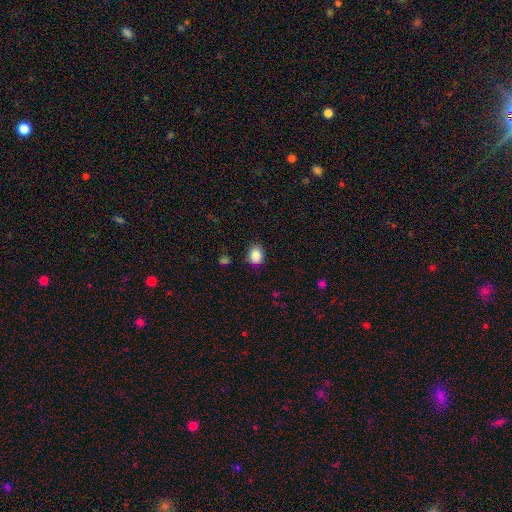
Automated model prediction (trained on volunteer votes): The model was most divided on "how rounded": in between: 52%, round: 47%, cigar-shaped: 1%. More confident: smooth or featured — smooth (86%); merging — none (82%).